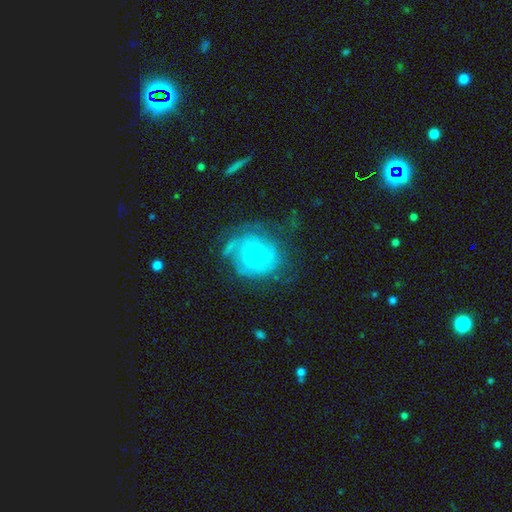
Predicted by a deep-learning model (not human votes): A featured or disk galaxy (67%) with no bar (74%), tight (53%) spiral arms (84%) and a moderate central bulge (45%). Merging: none (52%).